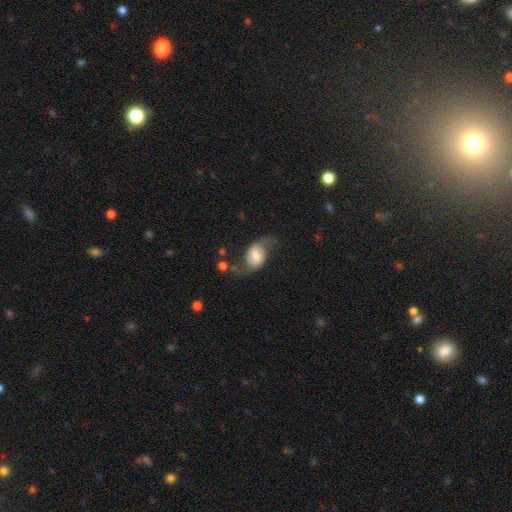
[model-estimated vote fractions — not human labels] Morphology: type=featured or disk (60%); edge-on=no (95%); bar=weak (44%); spiral arms=yes (86%); bulge=moderate (50%); merging=none (54%).